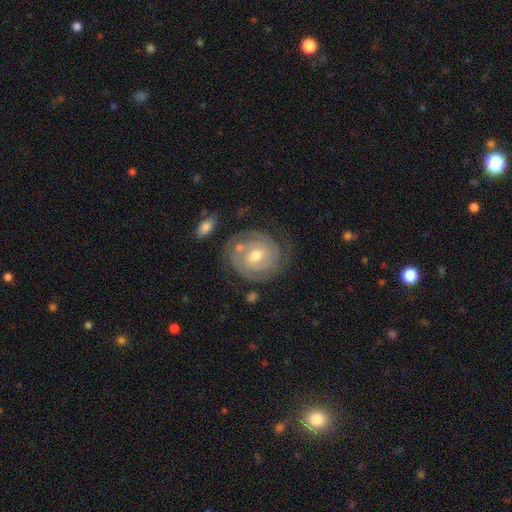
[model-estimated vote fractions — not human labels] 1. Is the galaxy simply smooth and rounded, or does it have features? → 83% featured or disk, 12% smooth, 5% star or artifact.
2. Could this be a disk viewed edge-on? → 97% no, 3% yes.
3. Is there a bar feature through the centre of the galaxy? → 50% no, 39% weak, 11% strong.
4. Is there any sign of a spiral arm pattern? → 94% yes, 6% no.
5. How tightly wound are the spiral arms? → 78% tight, 18% medium, 4% loose.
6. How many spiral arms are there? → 57% 2, 22% can't tell, 10% 3, 4% 1, 3% 4, 3% more than 4.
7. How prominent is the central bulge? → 67% moderate, 28% small, 3% large, 1% none, 1% dominant.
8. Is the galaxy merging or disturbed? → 71% none, 16% minor disturbance, 8% major disturbance, 5% merger.